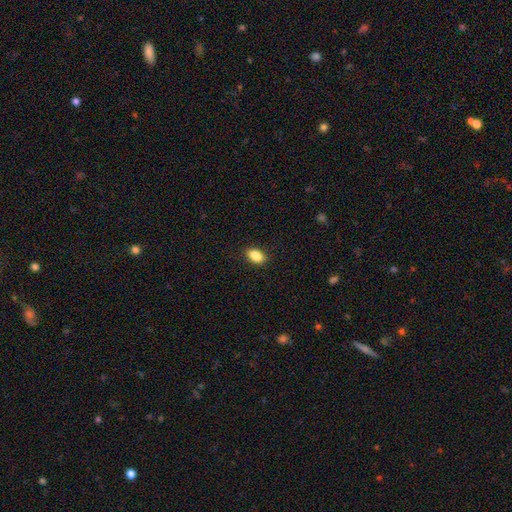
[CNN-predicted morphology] A smooth galaxy with no disk features (87%) that is in between round and cigar-shaped (88%). Merging: none (88%).